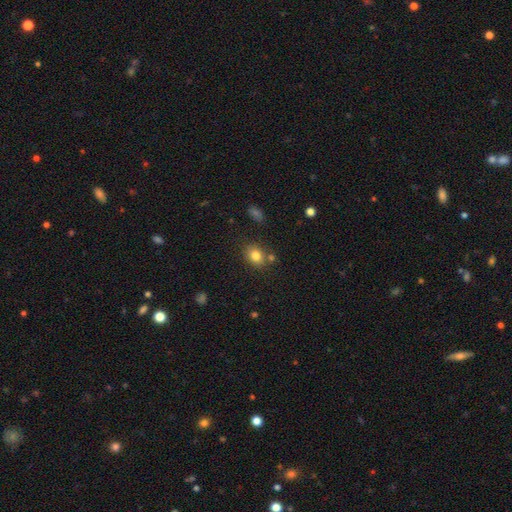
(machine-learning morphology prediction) Smooth or featured: smooth — 80% (star or artifact — 11%)
How rounded: in between — 51% (round — 48%)
Merging: none — 73% (minor disturbance — 13%)